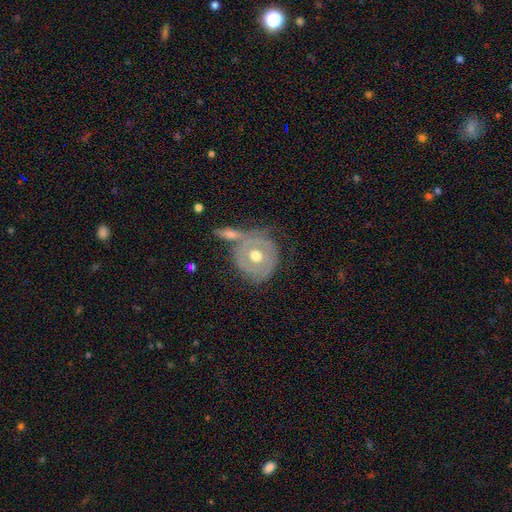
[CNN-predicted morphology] smooth_or_featured: featured or disk (p=0.61) [alt: smooth p=0.33]
disk_edge_on: no (p=0.93) [alt: yes p=0.07]
bar: no (p=0.80) [alt: weak p=0.15]
has_spiral_arms: no (p=0.53) [alt: yes p=0.47]
bulge_size: moderate (p=0.80) [alt: large p=0.10]
merging: none (p=0.55) [alt: merger p=0.20]